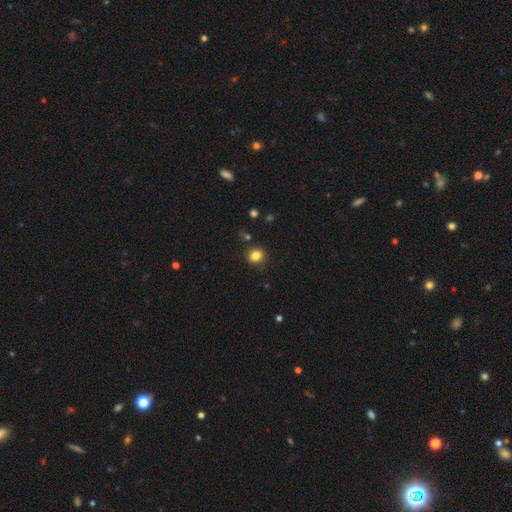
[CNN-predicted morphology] Smooth or featured? Predicted: smooth (p=0.83). How rounded? Predicted: round (p=0.82). Merging? Predicted: none (p=0.85).